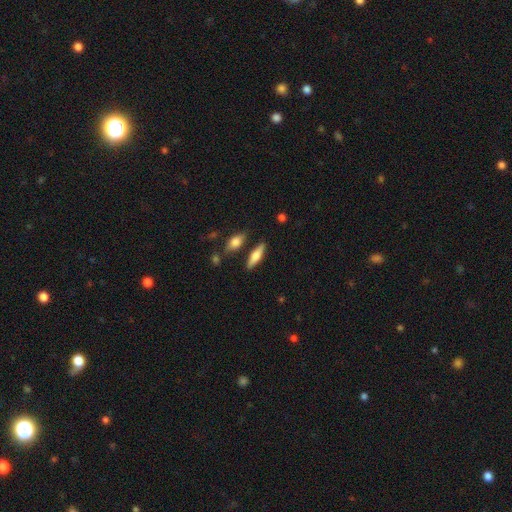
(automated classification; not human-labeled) This appears to be a smooth galaxy with no disk features (62%) that is cigar-shaped (62%). Merging: none (81%).